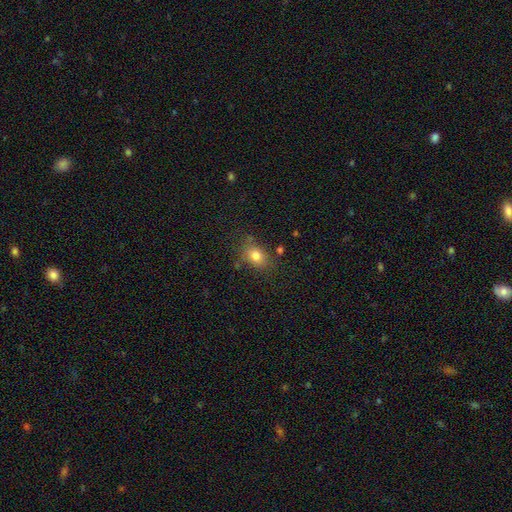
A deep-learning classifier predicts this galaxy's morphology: smooth-or-featured: smooth: 79% | star or artifact: 11% | featured or disk: 9%
  how-rounded: in between: 69% | round: 30% | cigar-shaped: 1%
  merging: none: 75% | minor disturbance: 16% | major disturbance: 5% | merger: 4%